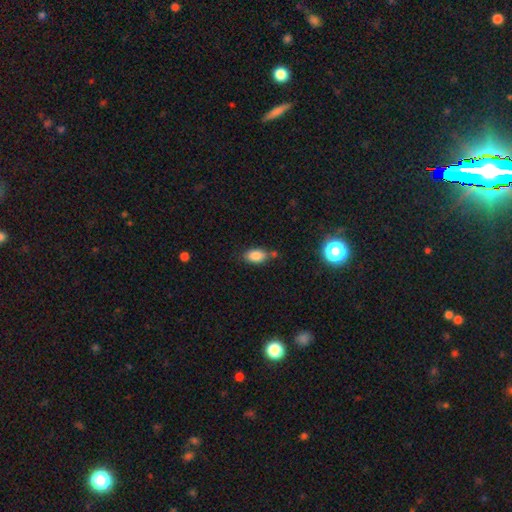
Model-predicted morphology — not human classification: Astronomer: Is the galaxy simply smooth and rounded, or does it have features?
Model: smooth — 83%.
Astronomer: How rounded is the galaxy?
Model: in between — 89%.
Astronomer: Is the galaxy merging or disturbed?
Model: none — 65%.